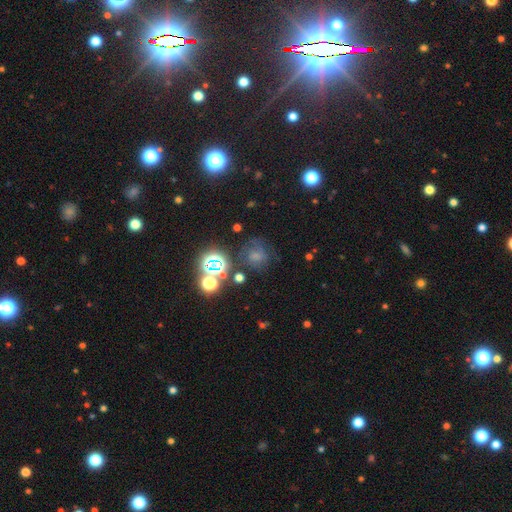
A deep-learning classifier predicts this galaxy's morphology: smooth 49%, star or artifact 30%, featured or disk 21%. Down the decision tree: merging — none (60%).